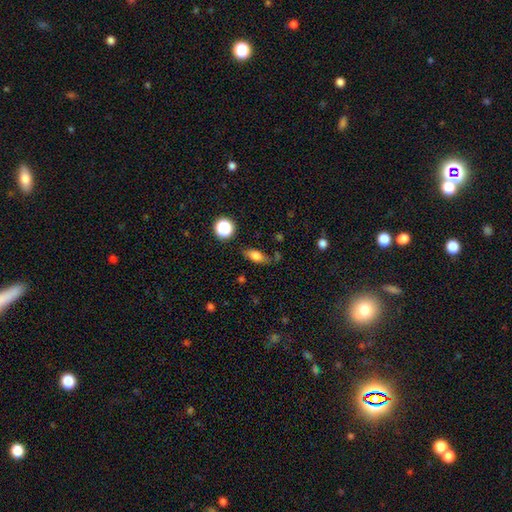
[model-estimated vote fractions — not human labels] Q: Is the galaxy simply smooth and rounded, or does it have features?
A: smooth — 75%.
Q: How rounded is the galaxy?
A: in between — 74%.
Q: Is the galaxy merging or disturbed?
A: none — 74%.